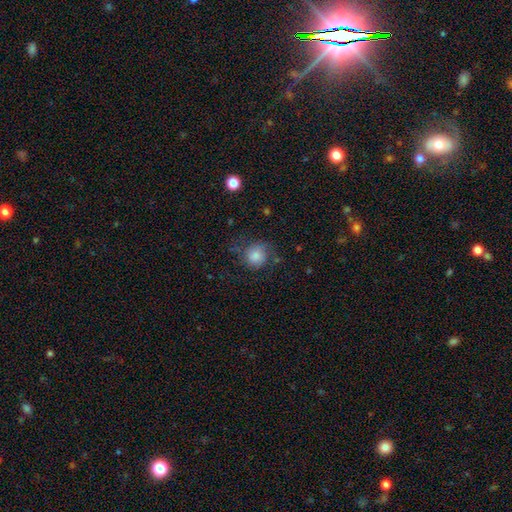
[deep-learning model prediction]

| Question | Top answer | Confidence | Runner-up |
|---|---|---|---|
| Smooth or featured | smooth | 72% | featured or disk (19%) |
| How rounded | round | 86% | in between (13%) |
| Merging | none | 62% | minor disturbance (22%) |